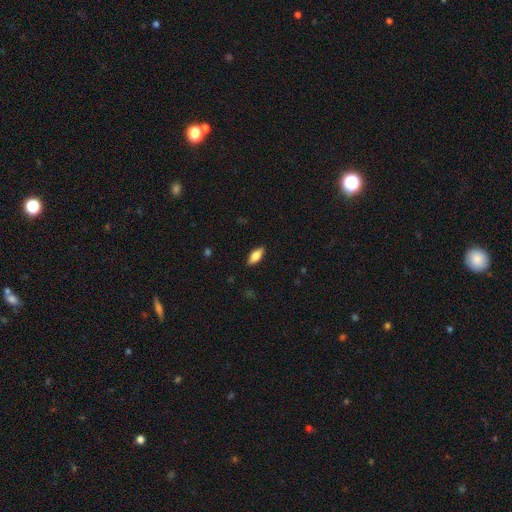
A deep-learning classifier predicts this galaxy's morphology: smooth-or-featured: smooth: 74% | featured or disk: 20% | star or artifact: 6%
  how-rounded: in between: 80% | cigar-shaped: 18% | round: 2%
  merging: none: 88% | minor disturbance: 9% | major disturbance: 2% | merger: 1%